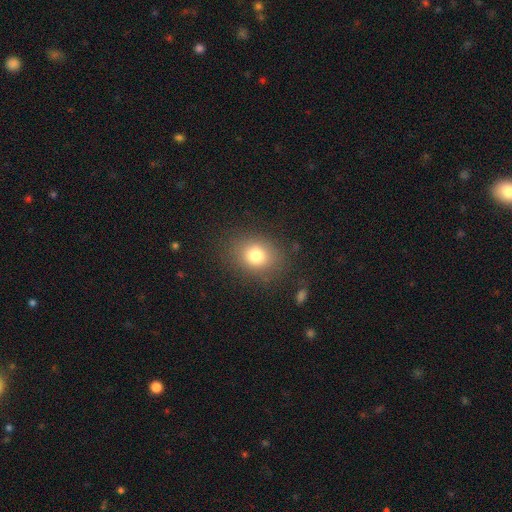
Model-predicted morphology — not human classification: smooth_or_featured: smooth (p=0.78) [alt: star or artifact p=0.12]
how_rounded: round (p=0.56) [alt: in between p=0.43]
merging: none (p=0.82) [alt: minor disturbance p=0.11]